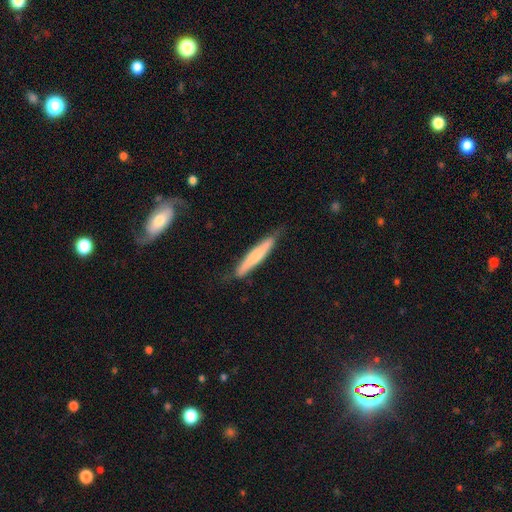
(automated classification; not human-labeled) Smooth or featured?
  - smooth: 61% *
  - featured or disk: 33%
  - star or artifact: 5%
How rounded?
  - cigar-shaped: 93% *
  - in between: 6%
  - round: 1%
Merging?
  - none: 76% *
  - minor disturbance: 19%
  - major disturbance: 3%
  - merger: 2%